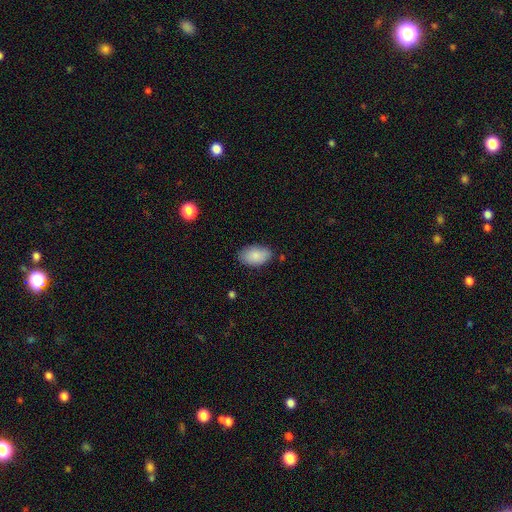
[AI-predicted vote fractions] This is clearly a smooth galaxy (87%). How rounded: clearly in between (93%). Merging: clearly none (82%).